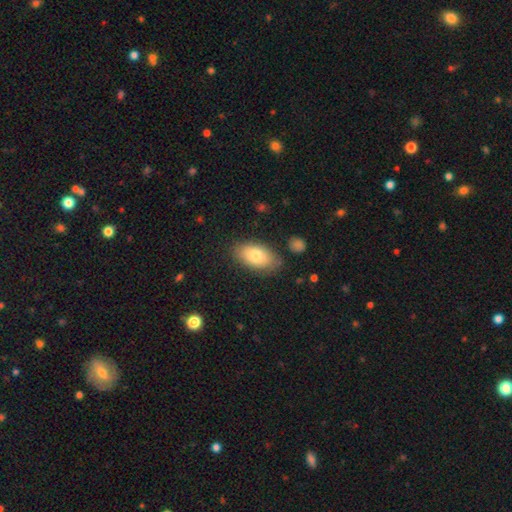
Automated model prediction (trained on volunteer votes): Morphology: type=smooth (78%); roundness=in between (92%); merging=none (81%).